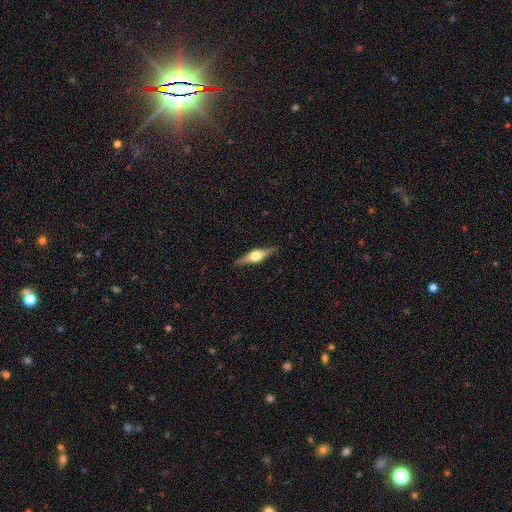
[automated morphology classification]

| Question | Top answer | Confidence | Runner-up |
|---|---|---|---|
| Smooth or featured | featured or disk | 80% | smooth (14%) |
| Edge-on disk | yes | 98% | no (2%) |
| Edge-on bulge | rounded | 93% | boxy (6%) |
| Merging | none | 90% | minor disturbance (8%) |